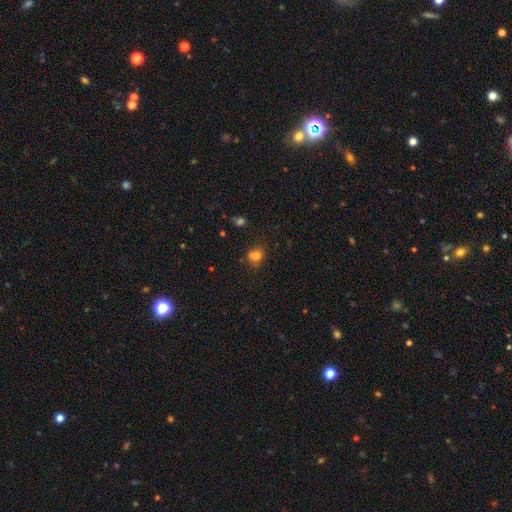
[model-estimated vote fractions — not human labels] Smooth or featured: smooth — 73% (star or artifact — 16%)
How rounded: round — 60% (in between — 39%)
Merging: none — 49% (merger — 23%)